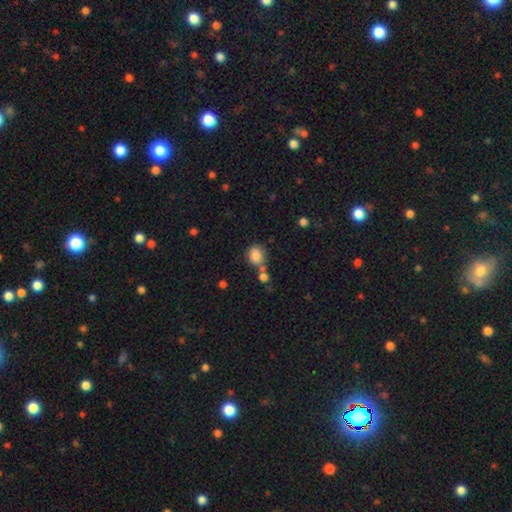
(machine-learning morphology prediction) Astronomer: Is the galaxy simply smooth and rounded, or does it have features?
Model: smooth — 85%.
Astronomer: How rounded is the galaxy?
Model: round — 65%.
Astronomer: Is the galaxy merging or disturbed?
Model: none — 58%.